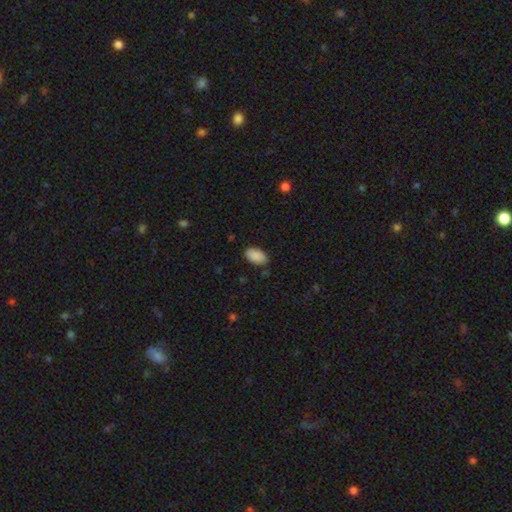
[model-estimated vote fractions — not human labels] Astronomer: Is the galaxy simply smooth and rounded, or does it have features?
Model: smooth — 90%.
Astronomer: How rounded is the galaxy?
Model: in between — 95%.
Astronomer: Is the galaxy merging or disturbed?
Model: none — 85%.